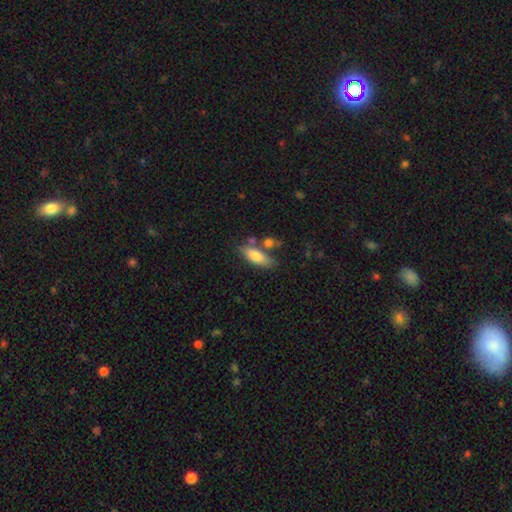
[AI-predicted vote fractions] Smooth or featured: smooth — 76% (featured or disk — 18%)
How rounded: in between — 71% (cigar-shaped — 27%)
Merging: none — 62% (minor disturbance — 17%)